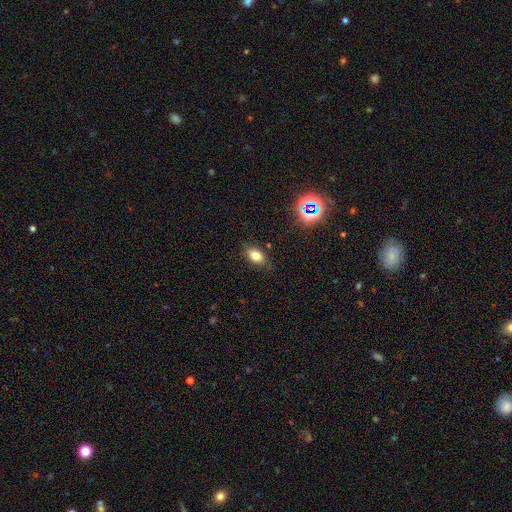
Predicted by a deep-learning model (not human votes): A smooth galaxy with no disk features (76%) that is in between round and cigar-shaped (83%). Merging: none (82%).